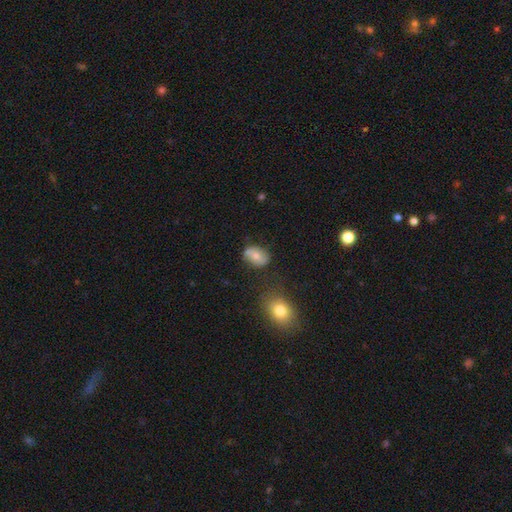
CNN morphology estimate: A smooth galaxy with no disk features (62%) that is in between round and cigar-shaped (72%).

Vote fractions:
- Smooth or featured? smooth: 62% / featured or disk: 29% / star or artifact: 9%
- How rounded? in between: 72% / round: 27% / cigar-shaped: 2%
- Merging? none: 69% / minor disturbance: 19% / merger: 7% / major disturbance: 5%